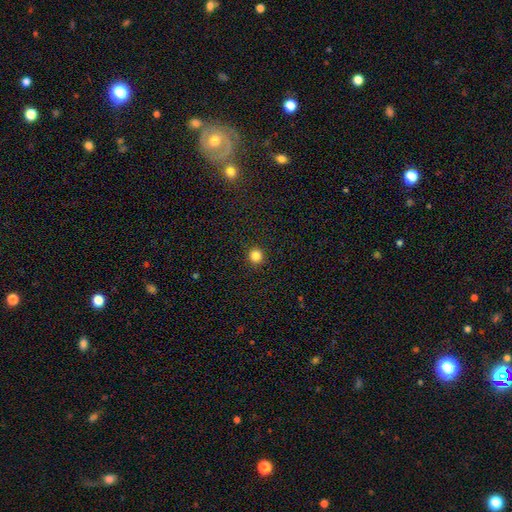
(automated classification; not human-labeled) smooth 84%, star or artifact 12%, featured or disk 4%. Down the decision tree: how rounded — round (95%); merging — none (93%).